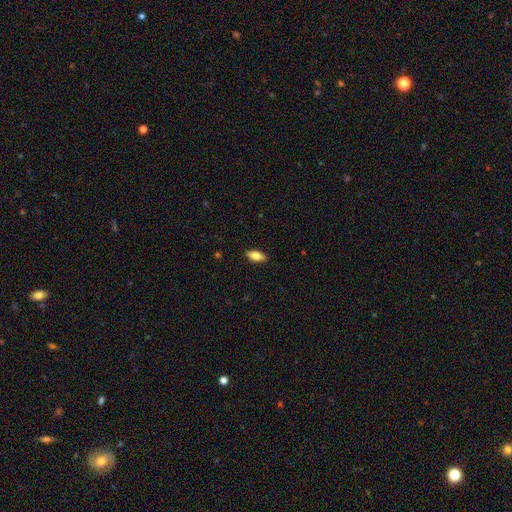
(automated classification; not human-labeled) A smooth galaxy with no disk features (77%) that is in between round and cigar-shaped (85%). Merging: none (88%).